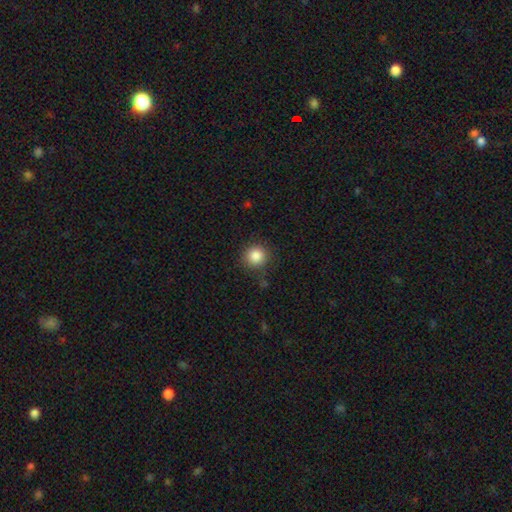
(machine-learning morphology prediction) Q: Smooth or featured?
A: smooth (86%); runner-up: star or artifact (10%)
Q: How rounded?
A: round (92%); runner-up: in between (7%)
Q: Merging?
A: none (84%); runner-up: minor disturbance (11%)